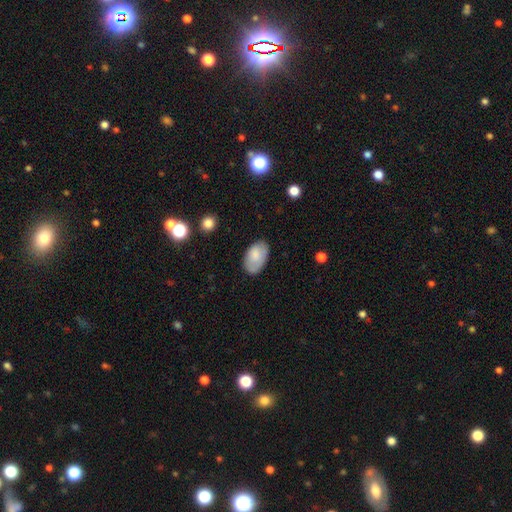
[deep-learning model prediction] A smooth galaxy with no disk features (79%) that is in between round and cigar-shaped (93%). Merging: none (77%).